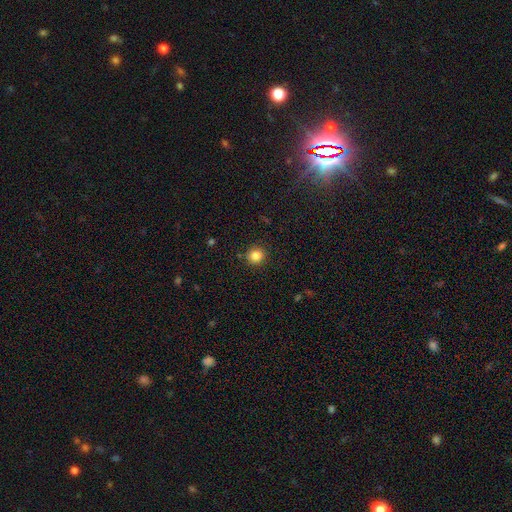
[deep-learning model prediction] Q: Smooth or featured?
A: smooth (83%); runner-up: star or artifact (12%)
Q: How rounded?
A: round (91%); runner-up: in between (8%)
Q: Merging?
A: none (90%); runner-up: minor disturbance (7%)